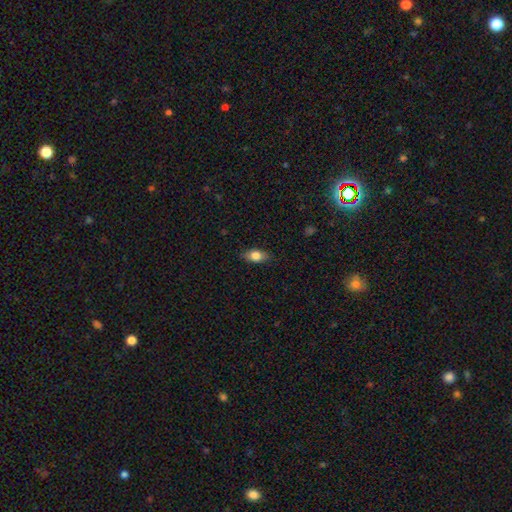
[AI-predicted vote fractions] Smooth or featured?
  - smooth: 80% *
  - featured or disk: 13%
  - star or artifact: 8%
How rounded?
  - in between: 86% *
  - round: 8%
  - cigar-shaped: 6%
Merging?
  - none: 85% *
  - minor disturbance: 12%
  - major disturbance: 2%
  - merger: 1%